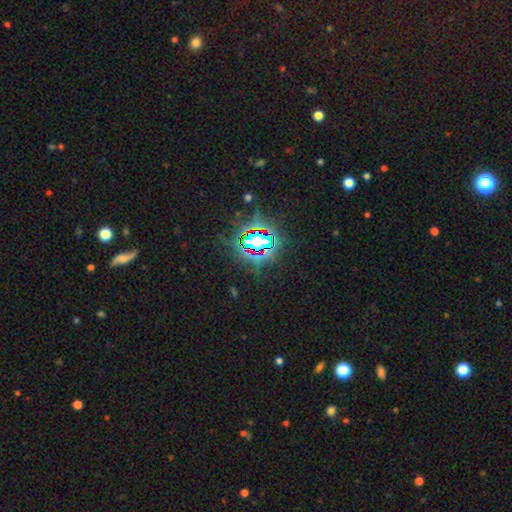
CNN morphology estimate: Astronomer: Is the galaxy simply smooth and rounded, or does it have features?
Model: star or artifact — 81%.